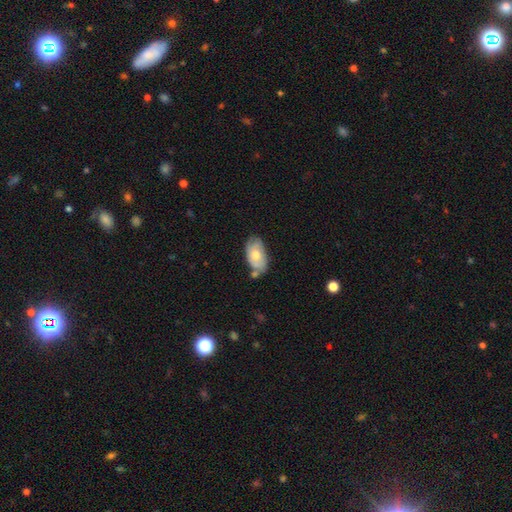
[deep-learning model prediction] Morphology: type=smooth (60%); roundness=in between (94%); merging=none (56%).